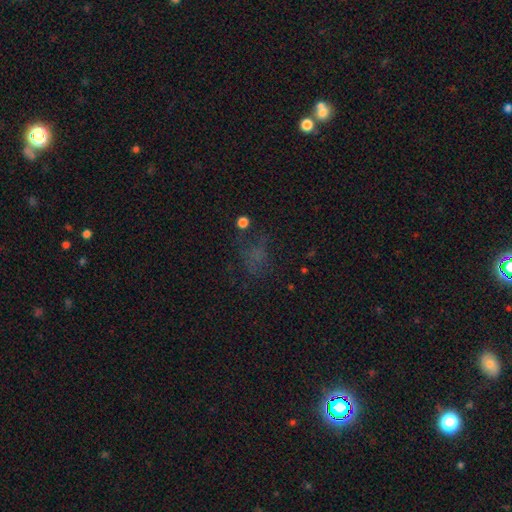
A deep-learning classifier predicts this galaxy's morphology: A smooth galaxy with no disk features (44%).

Vote fractions:
- Smooth or featured? smooth: 44% / star or artifact: 38% / featured or disk: 17%
- Merging? none: 58% / major disturbance: 19% / minor disturbance: 18% / merger: 5%